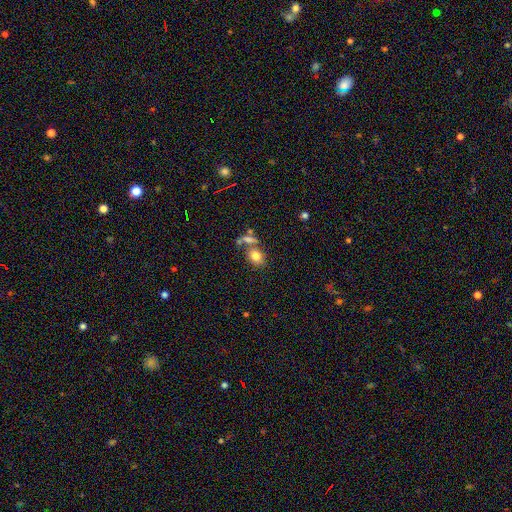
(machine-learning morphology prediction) Overall: smooth (79%). How rounded: round (50%; in between 49%). Merging: none (56%; merger 26%).